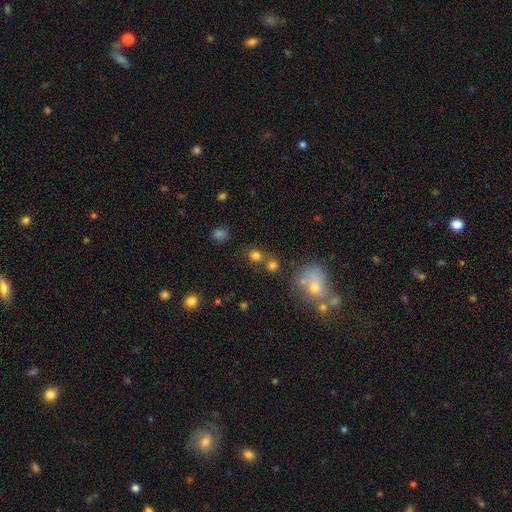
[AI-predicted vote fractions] Smooth or featured? smooth (74%)
How rounded? round (84%)
Merging? none (64%)